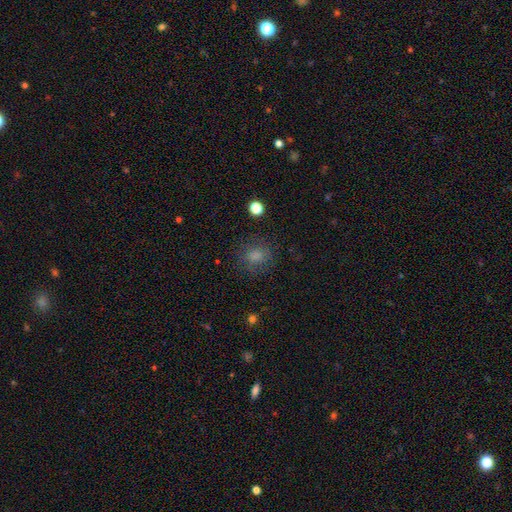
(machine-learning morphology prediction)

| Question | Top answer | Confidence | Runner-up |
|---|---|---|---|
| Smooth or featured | smooth | 77% | star or artifact (14%) |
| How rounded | round | 67% | in between (32%) |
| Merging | none | 78% | minor disturbance (13%) |